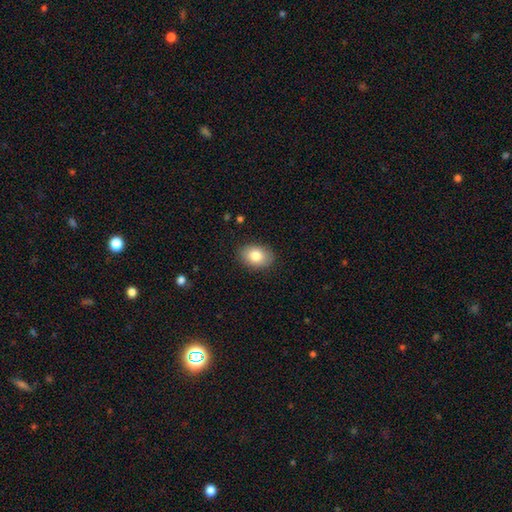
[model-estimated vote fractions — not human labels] A smooth galaxy with no disk features (82%) that is in between round and cigar-shaped (78%).

Vote fractions:
- Smooth or featured? smooth: 82% / featured or disk: 10% / star or artifact: 8%
- How rounded? in between: 78% / round: 21% / cigar-shaped: 1%
- Merging? none: 87% / minor disturbance: 9% / major disturbance: 2% / merger: 1%